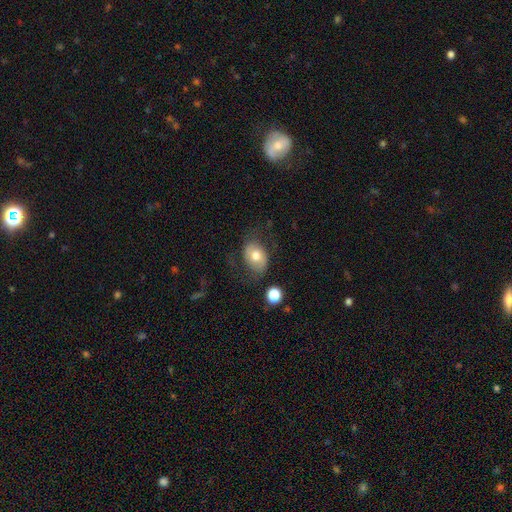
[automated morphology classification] A smooth galaxy with no disk features (63%) that is in between round and cigar-shaped (73%).

Vote fractions:
- Smooth or featured? smooth: 63% / featured or disk: 28% / star or artifact: 8%
- How rounded? in between: 73% / round: 26% / cigar-shaped: 1%
- Merging? none: 60% / minor disturbance: 21% / major disturbance: 16% / merger: 3%